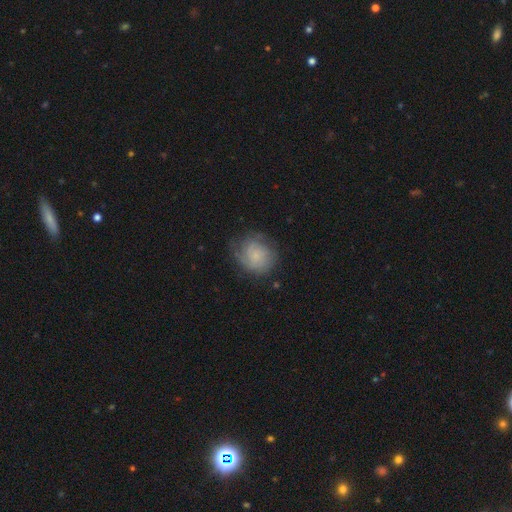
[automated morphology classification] Smooth or featured: featured or disk — 46% (smooth — 45%)
Merging: none — 66% (minor disturbance — 22%)